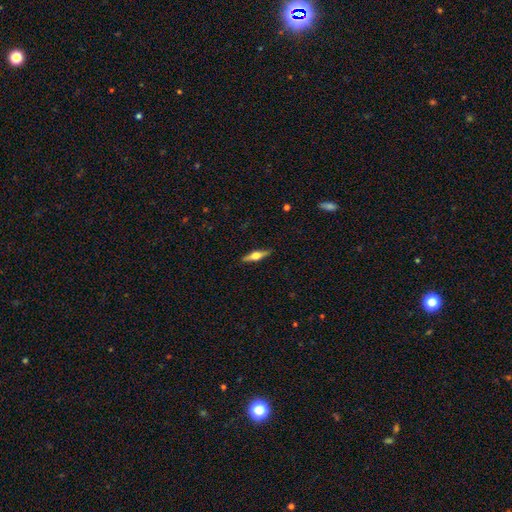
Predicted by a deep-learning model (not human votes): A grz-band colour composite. It shows a featured or disk galaxy (63%) viewed edge-on (96%) with a rounded central bulge (94%). Merging: none (89%).